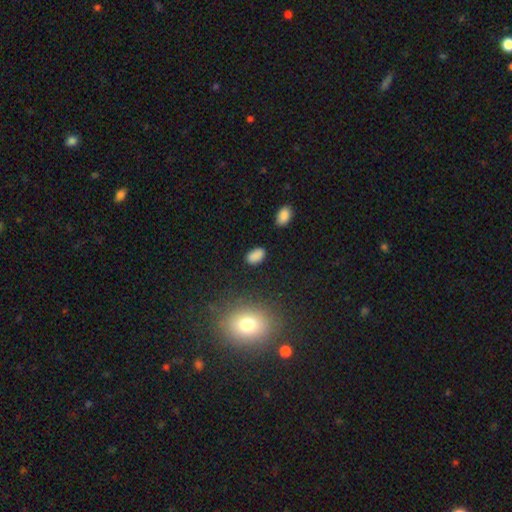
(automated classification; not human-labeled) Morphology: type=smooth (84%); roundness=in between (91%); merging=none (82%).